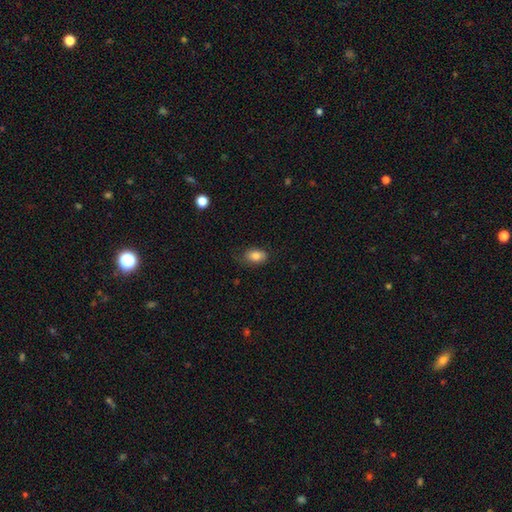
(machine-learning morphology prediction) type=smooth (83%); roundness=in between (85%); merging=none (73%).